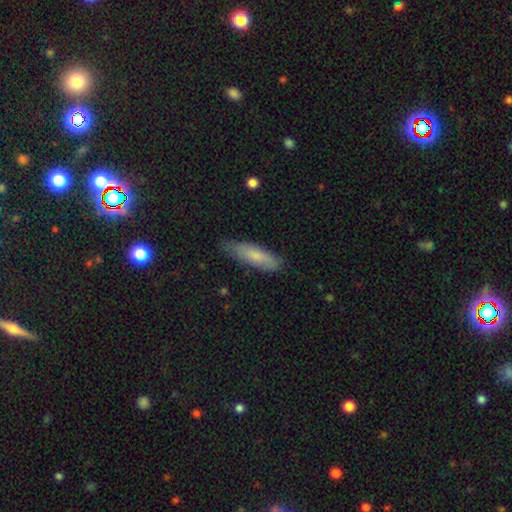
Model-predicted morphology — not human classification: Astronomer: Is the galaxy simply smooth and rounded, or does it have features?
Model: smooth — 74%.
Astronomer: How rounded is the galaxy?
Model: cigar-shaped — 58% (runner-up: in between, 41%).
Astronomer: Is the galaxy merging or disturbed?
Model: none — 72%.